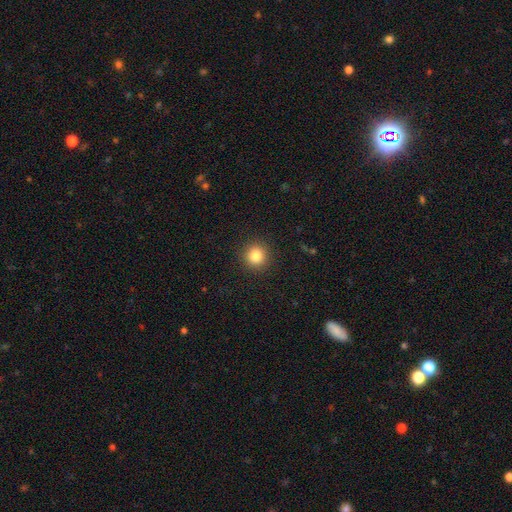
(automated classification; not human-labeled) This appears to be a smooth galaxy with no disk features (83%) that is round (94%). Merging: none (92%).